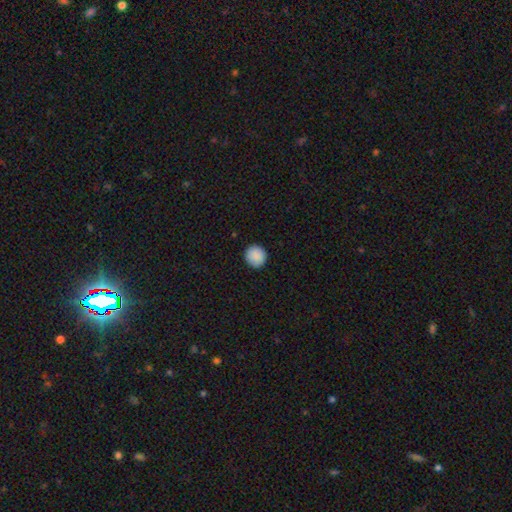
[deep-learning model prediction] Smooth or featured? smooth (89%)
How rounded? round (93%)
Merging? none (91%)